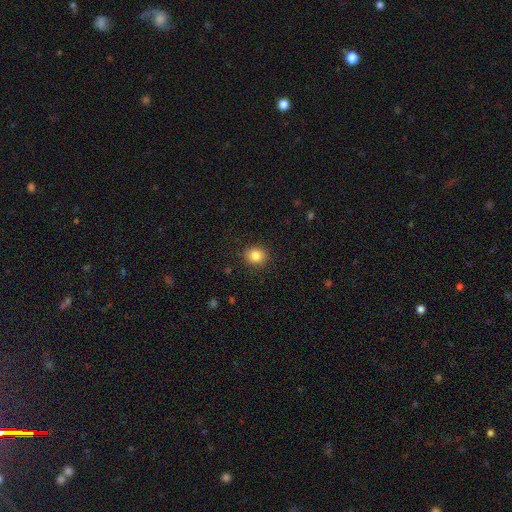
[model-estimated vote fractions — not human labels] smooth 85%, star or artifact 10%, featured or disk 5%. Down the decision tree: how rounded — round (76%); merging — none (88%).